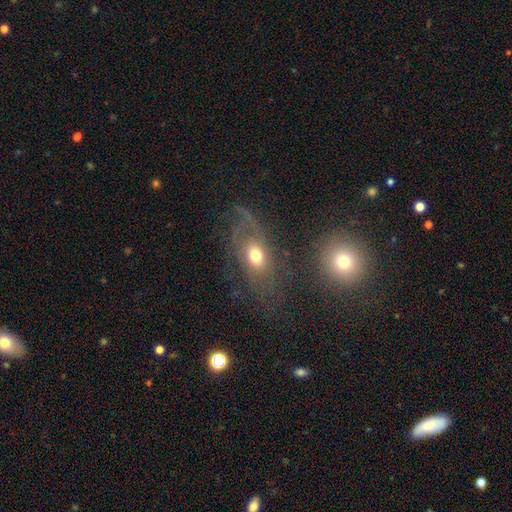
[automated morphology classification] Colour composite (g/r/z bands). It shows a smooth galaxy with no disk features (47%). Merging: none (51%).